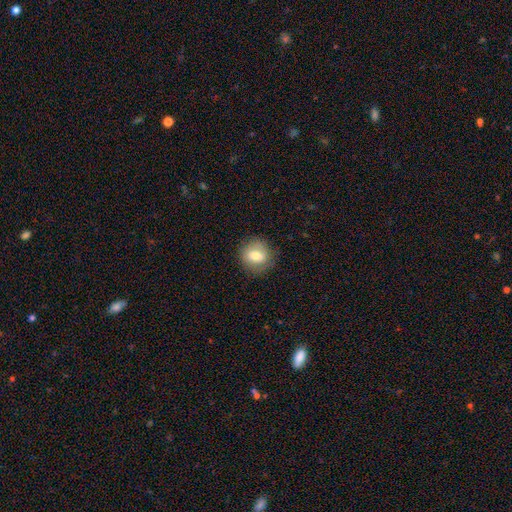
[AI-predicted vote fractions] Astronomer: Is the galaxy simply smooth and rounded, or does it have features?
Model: smooth — 71%.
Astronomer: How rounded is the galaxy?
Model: round — 82%.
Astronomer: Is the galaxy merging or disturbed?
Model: none — 84%.